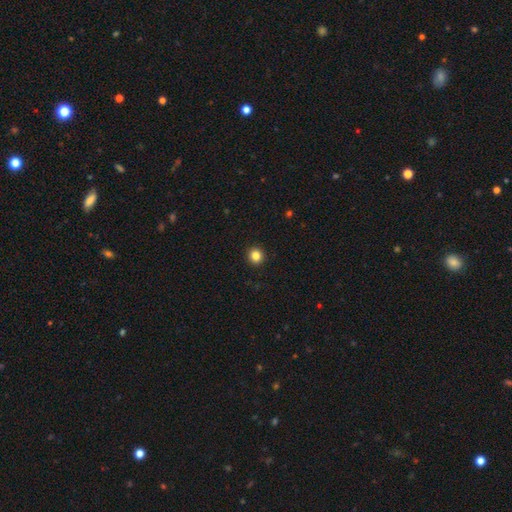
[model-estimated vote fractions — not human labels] Q: Smooth or featured?
A: smooth (84%); runner-up: star or artifact (11%)
Q: How rounded?
A: round (94%); runner-up: in between (5%)
Q: Merging?
A: none (94%); runner-up: minor disturbance (4%)